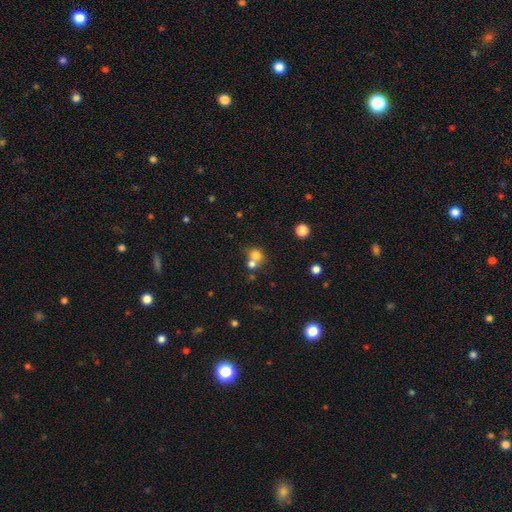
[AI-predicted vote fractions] Morphology: type=smooth (74%); roundness=round (76%); merging=merger (52%).